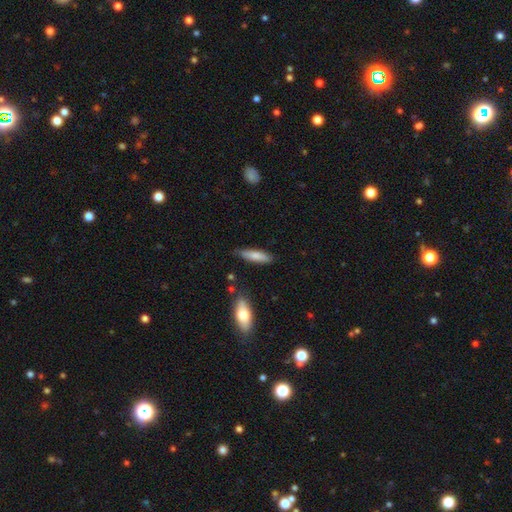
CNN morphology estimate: Smooth or featured? smooth (78%)
How rounded? cigar-shaped (67%)
Merging? none (77%)